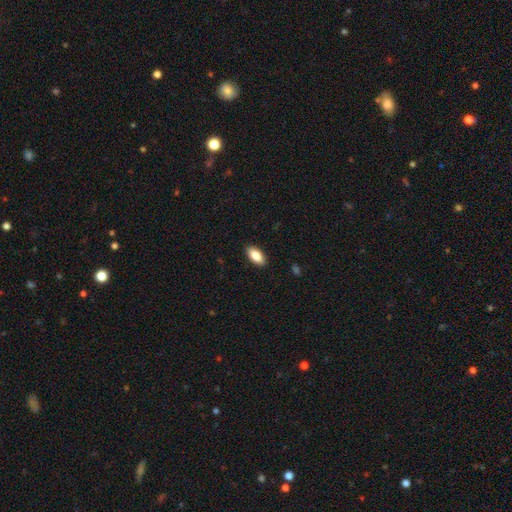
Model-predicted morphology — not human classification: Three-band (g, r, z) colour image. It shows a smooth galaxy with no disk features (87%) that is in between round and cigar-shaped (92%). Merging: none (90%).